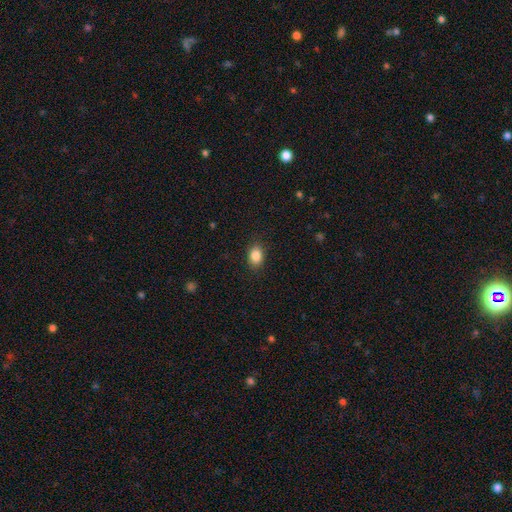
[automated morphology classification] Overall: smooth (86%). How rounded: in between (73%). Merging: none (87%).